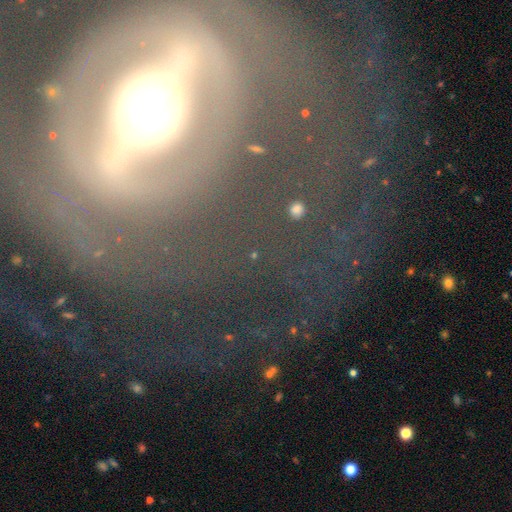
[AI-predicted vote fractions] A featured or disk galaxy (73%) with a strong bar (44%), spiral arms (74%) and a moderate central bulge (48%).

Vote fractions:
- Smooth or featured? featured or disk: 73% / star or artifact: 15% / smooth: 12%
- Edge-on disk? no: 90% / yes: 10%
- Bar? strong: 44% / no: 31% / weak: 24%
- Spiral arms? yes: 74% / no: 26%
- Bulge size? moderate: 48% / large: 21% / small: 21% / dominant: 7% / none: 3%
- Merging? none: 69% / major disturbance: 14% / minor disturbance: 13% / merger: 4%